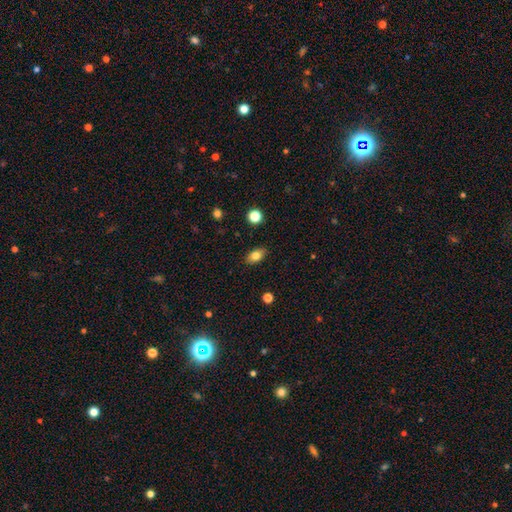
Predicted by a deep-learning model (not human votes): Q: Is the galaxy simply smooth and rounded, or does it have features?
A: smooth — 78%.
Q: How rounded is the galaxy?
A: in between — 87%.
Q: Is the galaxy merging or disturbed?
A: none — 87%.